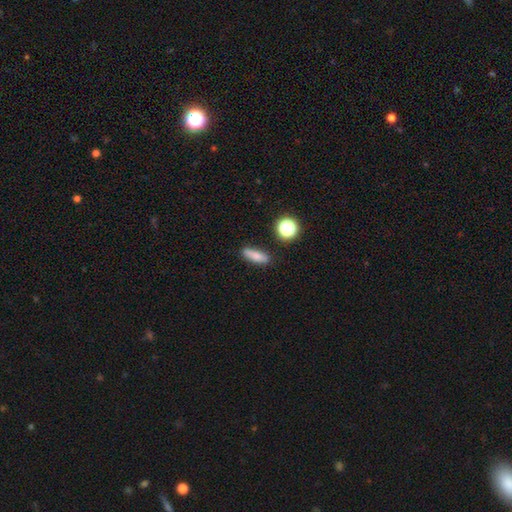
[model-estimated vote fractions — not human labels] Smooth or featured? Predicted: smooth (p=0.78). How rounded? Predicted: cigar-shaped (p=0.52). Merging? Predicted: none (p=0.82).